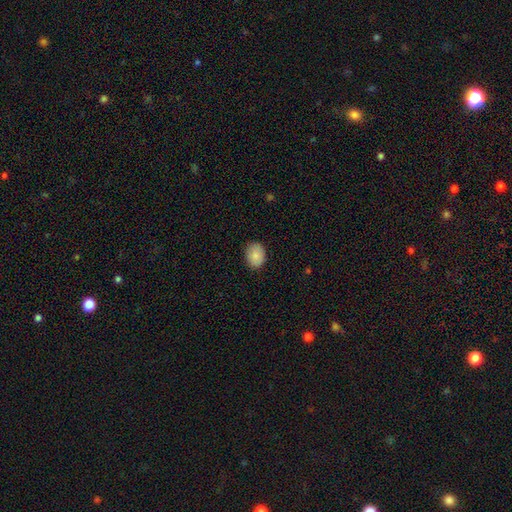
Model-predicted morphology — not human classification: Smooth or featured: smooth — 87% (star or artifact — 7%)
How rounded: in between — 65% (round — 34%)
Merging: none — 87% (minor disturbance — 10%)